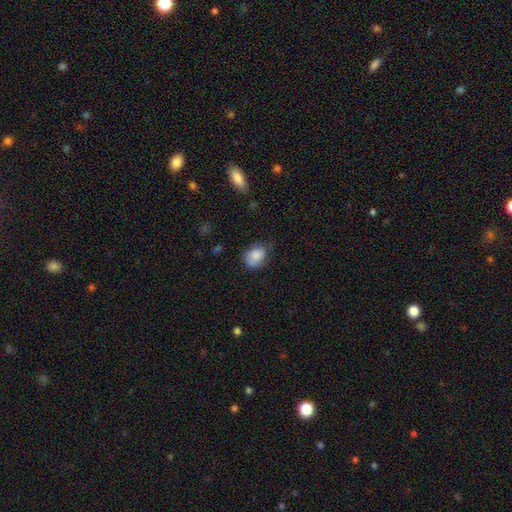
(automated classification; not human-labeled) Overall: smooth (82%). How rounded: in between (67%; round 32%). Merging: none (61%; minor disturbance 29%).